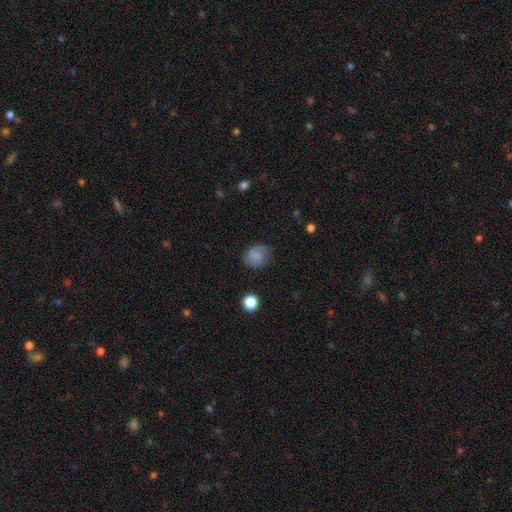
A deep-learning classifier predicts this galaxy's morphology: The model was most divided on "how rounded": round: 62%, in between: 37%, cigar-shaped: 1%. More confident: smooth or featured — smooth (77%); merging — none (71%).